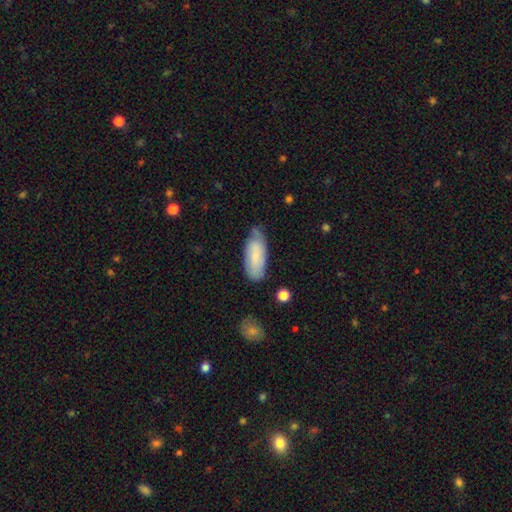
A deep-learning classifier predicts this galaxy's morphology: smooth_or_featured: smooth (p=0.70) [alt: featured or disk p=0.24]
how_rounded: in between (p=0.82) [alt: cigar-shaped p=0.17]
merging: none (p=0.64) [alt: minor disturbance p=0.28]